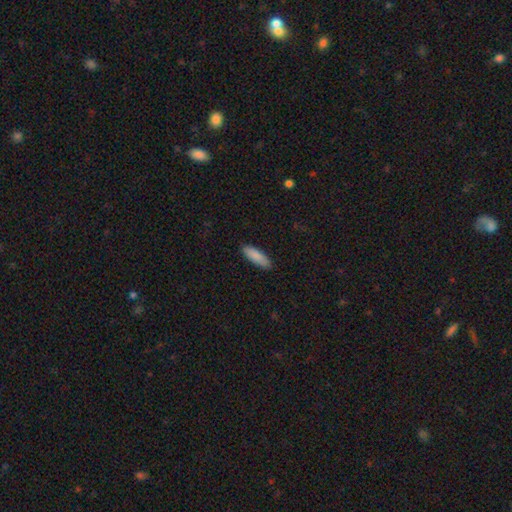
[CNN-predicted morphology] This appears to be a smooth galaxy with no disk features (88%) that is in between round and cigar-shaped (50%). Merging: none (87%).